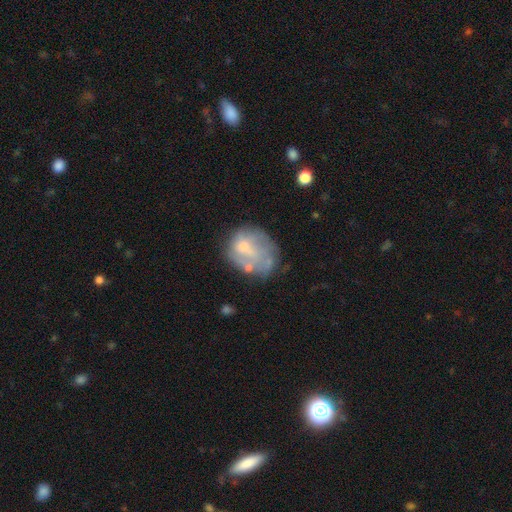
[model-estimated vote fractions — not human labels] Overall: featured or disk (45%, tied with smooth). Merging: none (39%; minor disturbance 25%).